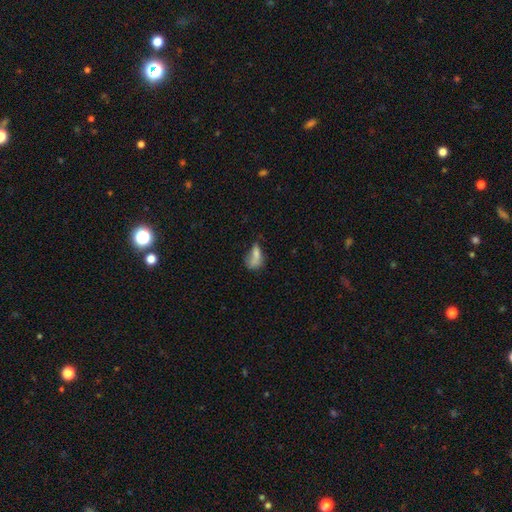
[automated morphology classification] smooth_or_featured: smooth (p=0.69) [alt: featured or disk p=0.18]
how_rounded: in between (p=0.75) [alt: cigar-shaped p=0.17]
merging: none (p=0.31) [alt: major disturbance p=0.30]